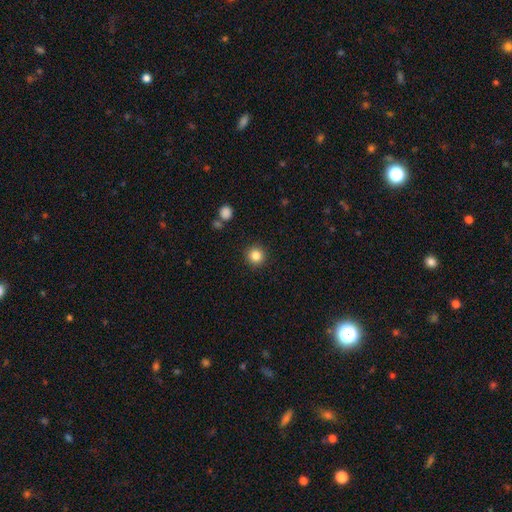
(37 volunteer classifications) Morphology: type=smooth (84%); roundness=round (100%); merging=none (97%).